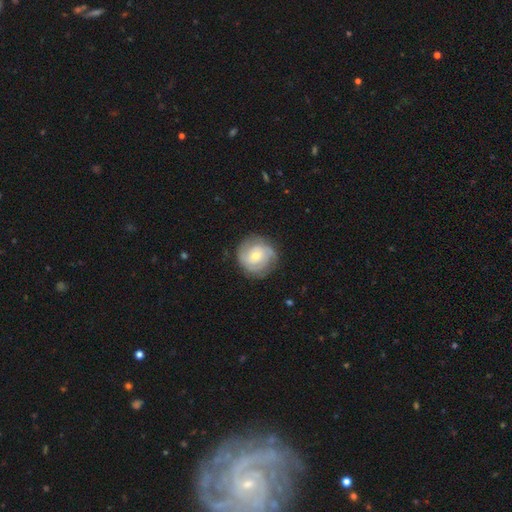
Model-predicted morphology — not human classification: The model was most divided on "bulge size" (2-way tie): moderate: 48%, small: 48%, large: 2%, none: 1%, dominant: 1%. Remaining: edge-on disk — no (98%); spiral arms — yes (89%); merging — none (79%); smooth or featured — featured or disk (69%); bar — no (68%); spiral winding — tight (57%); spiral arm count — 2 (32%).